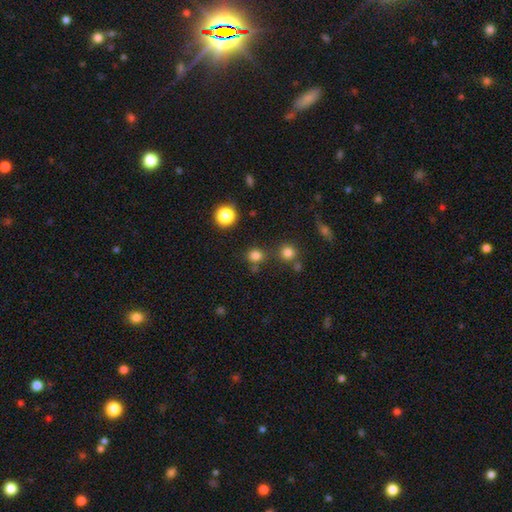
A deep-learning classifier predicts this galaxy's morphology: A smooth galaxy with no disk features (78%) that is round (86%). Merging: none (78%).